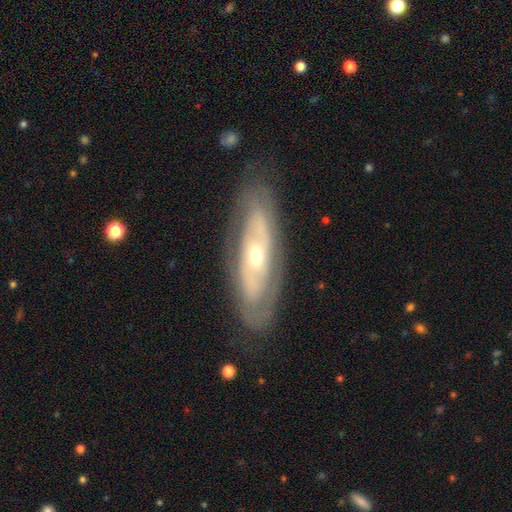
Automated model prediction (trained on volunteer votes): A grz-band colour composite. It shows a featured or disk galaxy (74%) with no bar (78%), no spiral arms (54%) and a moderate central bulge (56%). Merging: none (80%).